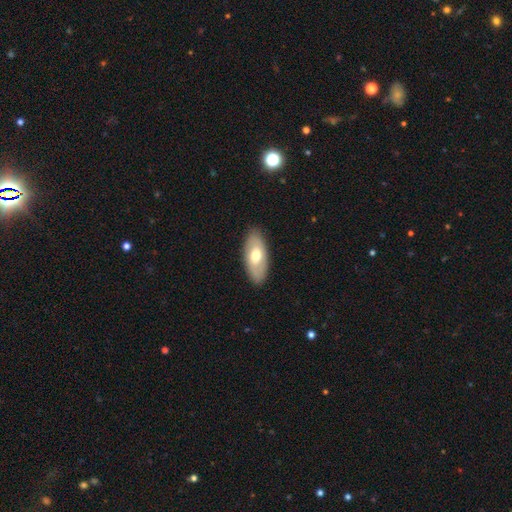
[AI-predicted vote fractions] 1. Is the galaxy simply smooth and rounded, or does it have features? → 58% smooth, 37% featured or disk, 5% star or artifact.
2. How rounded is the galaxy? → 90% in between, 7% cigar-shaped, 3% round.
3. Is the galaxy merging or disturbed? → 86% none, 11% minor disturbance, 2% major disturbance, 1% merger.